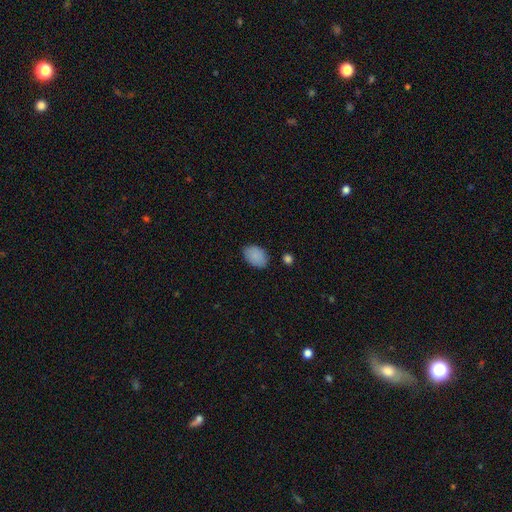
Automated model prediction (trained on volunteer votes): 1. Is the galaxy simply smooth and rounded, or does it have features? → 88% smooth, 7% star or artifact, 5% featured or disk.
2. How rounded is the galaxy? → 88% in between, 11% round, 1% cigar-shaped.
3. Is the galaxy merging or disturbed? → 81% none, 14% minor disturbance, 3% major disturbance, 2% merger.